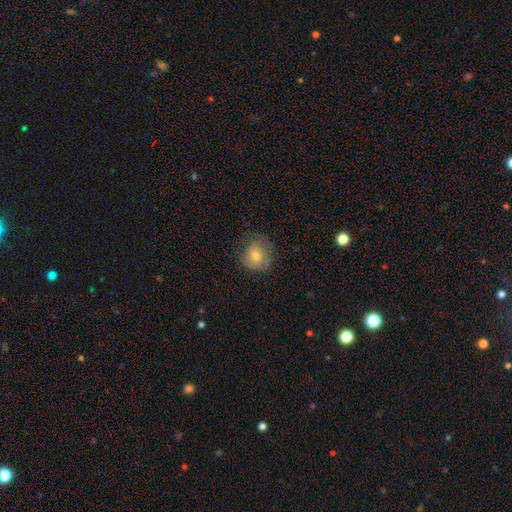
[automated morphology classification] Smooth or featured: smooth — 61% (featured or disk — 29%)
How rounded: round — 80% (in between — 19%)
Merging: none — 66% (minor disturbance — 23%)